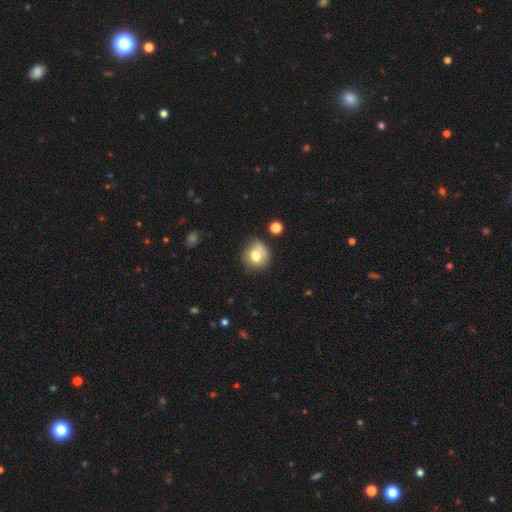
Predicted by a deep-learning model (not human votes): Smooth or featured? smooth (74%)
How rounded? round (82%)
Merging? none (56%)